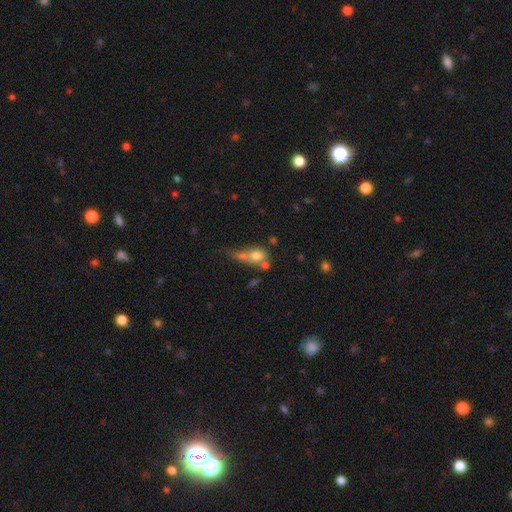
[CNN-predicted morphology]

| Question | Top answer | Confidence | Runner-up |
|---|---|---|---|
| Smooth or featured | smooth | 66% | featured or disk (22%) |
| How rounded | in between | 59% | round (29%) |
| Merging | merger | 41% | none (23%) |